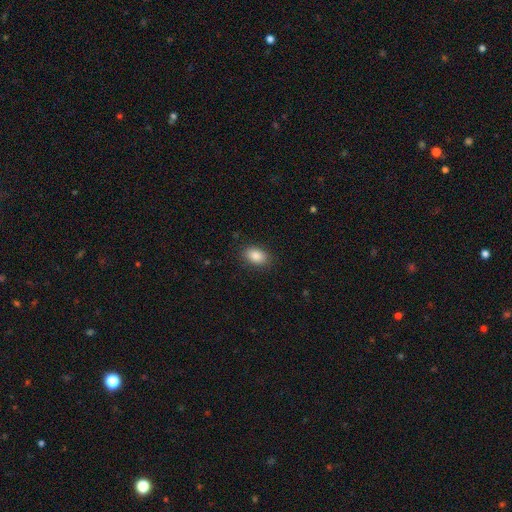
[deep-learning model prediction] smooth 87%, star or artifact 8%, featured or disk 5%. Down the decision tree: how rounded — in between (87%); merging — none (87%).